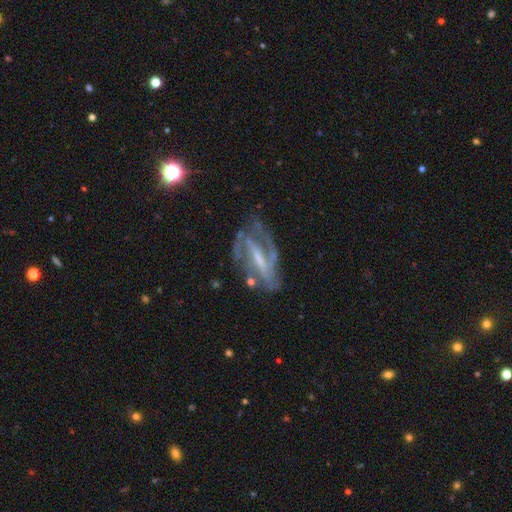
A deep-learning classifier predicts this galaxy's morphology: Smooth or featured: featured or disk — 80% (star or artifact — 10%)
Edge-on disk: no — 88% (yes — 12%)
Bar: strong — 53% (weak — 31%)
Spiral arms: yes — 90% (no — 10%)
Spiral winding: medium — 44% (tight — 35%)
Spiral arm count: 2 — 65% (can't tell — 17%)
Bulge size: small — 51% (moderate — 25%)
Merging: none — 63% (minor disturbance — 19%)